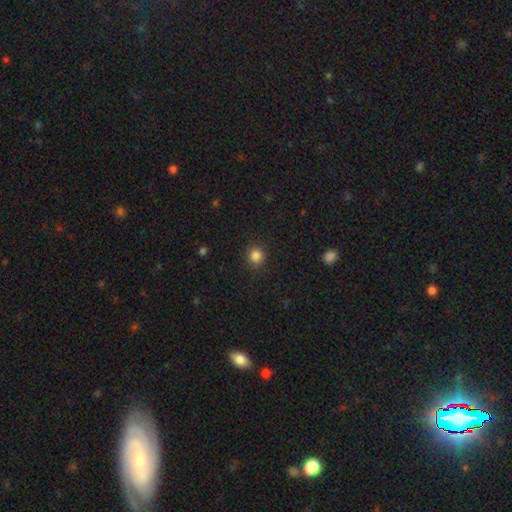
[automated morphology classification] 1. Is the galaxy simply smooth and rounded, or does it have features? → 85% smooth, 12% star or artifact, 4% featured or disk.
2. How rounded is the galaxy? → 92% round, 7% in between, 1% cigar-shaped.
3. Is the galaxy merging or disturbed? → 90% none, 6% minor disturbance, 2% major disturbance, 1% merger.